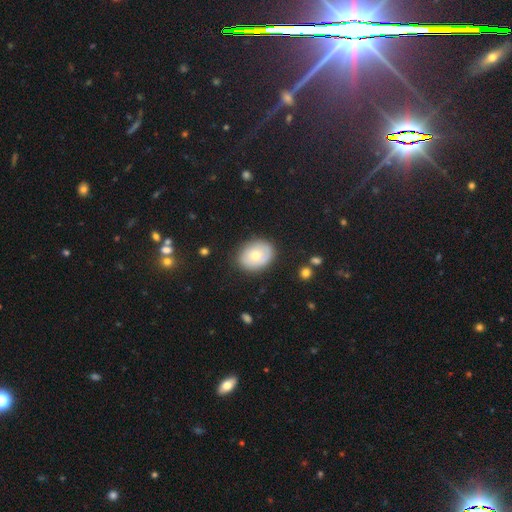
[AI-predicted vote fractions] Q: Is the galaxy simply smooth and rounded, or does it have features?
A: smooth — 66%.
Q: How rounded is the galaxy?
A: in between — 62%.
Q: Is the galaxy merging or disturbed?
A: none — 82%.